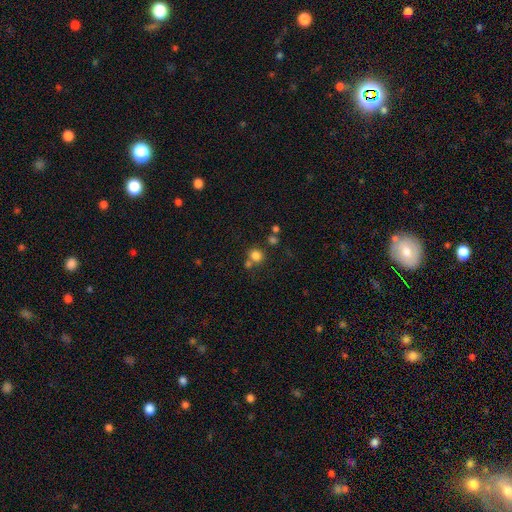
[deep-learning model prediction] Q: Smooth or featured?
A: smooth (79%); runner-up: star or artifact (14%)
Q: How rounded?
A: round (89%); runner-up: in between (10%)
Q: Merging?
A: none (66%); runner-up: merger (22%)